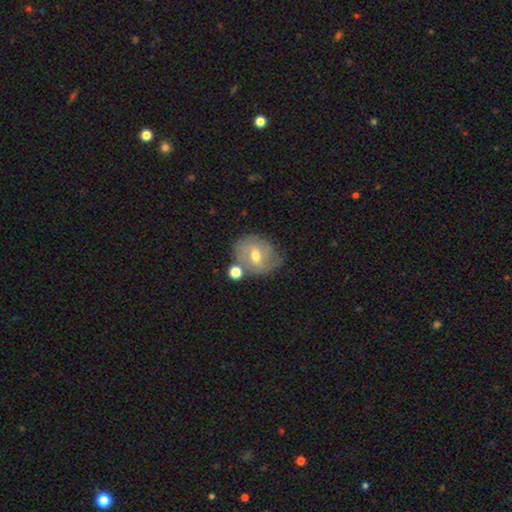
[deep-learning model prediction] smooth_or_featured: featured or disk (p=0.57) [alt: smooth p=0.34]
disk_edge_on: no (p=0.96) [alt: yes p=0.04]
bar: weak (p=0.52) [alt: no p=0.33]
has_spiral_arms: yes (p=0.76) [alt: no p=0.24]
bulge_size: moderate (p=0.68) [alt: small p=0.26]
merging: none (p=0.60) [alt: minor disturbance p=0.20]